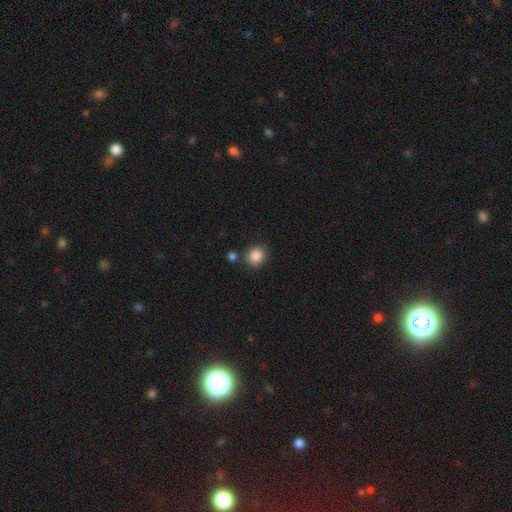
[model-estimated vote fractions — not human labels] This is clearly a smooth galaxy (87%). How rounded: likely round (80%). Merging: likely none (77%).